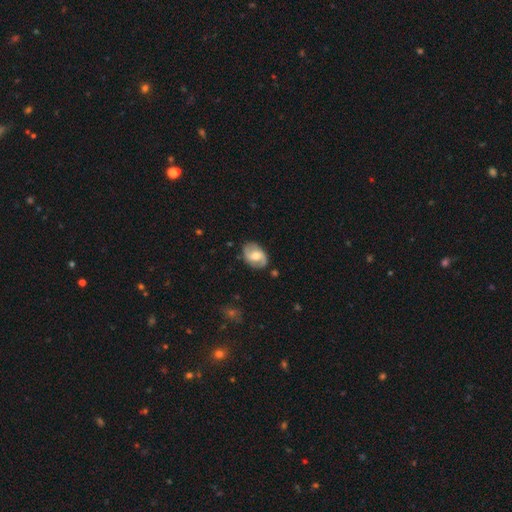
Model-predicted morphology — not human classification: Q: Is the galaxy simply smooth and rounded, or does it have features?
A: featured or disk — 56%.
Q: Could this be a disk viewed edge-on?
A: no — 96%.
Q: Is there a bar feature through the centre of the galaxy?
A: weak — 44%.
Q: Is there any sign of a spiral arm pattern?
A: yes — 83%.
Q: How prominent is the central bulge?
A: moderate — 66%.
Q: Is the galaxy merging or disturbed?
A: none — 78%.